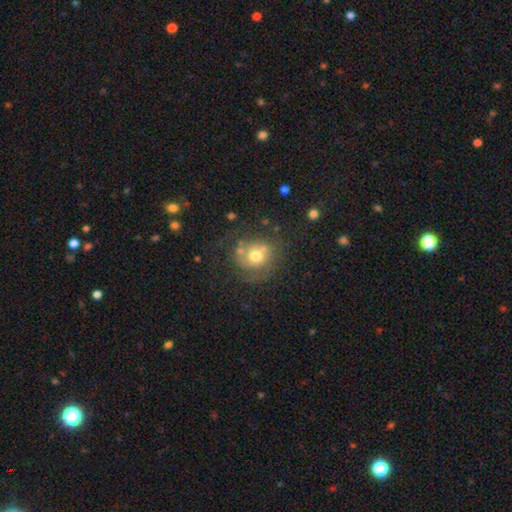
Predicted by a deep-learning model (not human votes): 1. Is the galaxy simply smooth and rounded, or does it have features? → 55% smooth, 33% featured or disk, 12% star or artifact.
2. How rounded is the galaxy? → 80% round, 19% in between, 1% cigar-shaped.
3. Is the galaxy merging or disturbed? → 55% none, 20% minor disturbance, 17% major disturbance, 8% merger.